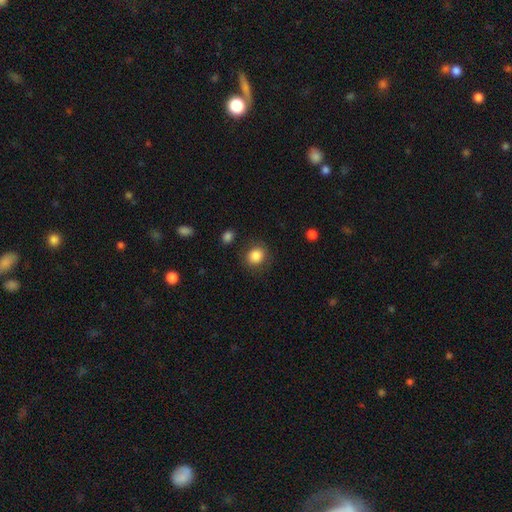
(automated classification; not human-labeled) Smooth or featured?
  - smooth: 85% *
  - star or artifact: 9%
  - featured or disk: 6%
How rounded?
  - round: 76% *
  - in between: 23%
  - cigar-shaped: 1%
Merging?
  - none: 83% *
  - minor disturbance: 11%
  - major disturbance: 4%
  - merger: 2%